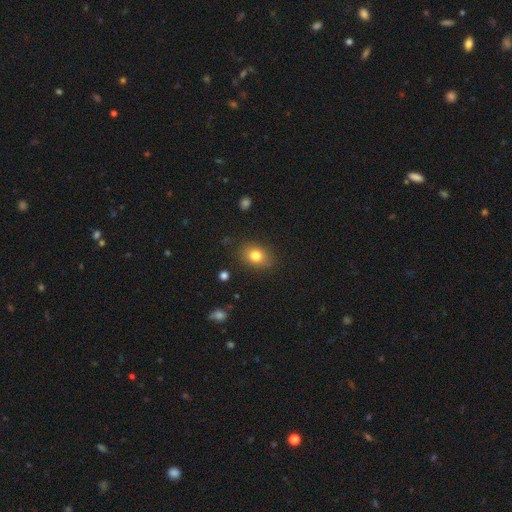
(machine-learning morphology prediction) A smooth galaxy with no disk features (80%) that is in between round and cigar-shaped (61%).

Vote fractions:
- Smooth or featured? smooth: 80% / star or artifact: 10% / featured or disk: 9%
- How rounded? in between: 61% / round: 38% / cigar-shaped: 1%
- Merging? none: 83% / minor disturbance: 13% / major disturbance: 3% / merger: 1%